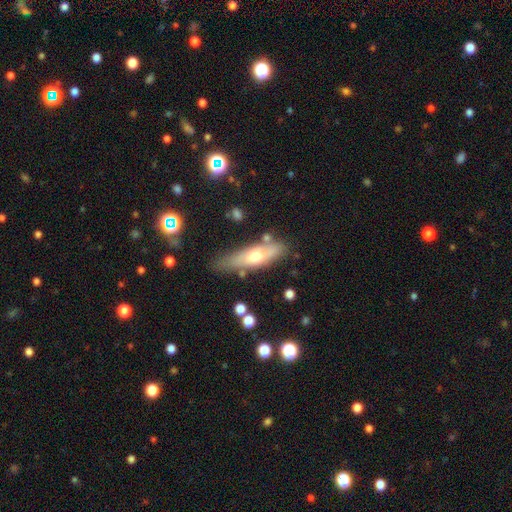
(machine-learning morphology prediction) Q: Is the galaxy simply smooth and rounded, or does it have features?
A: smooth — 51%.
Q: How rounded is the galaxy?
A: cigar-shaped — 56%.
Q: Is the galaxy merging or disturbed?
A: none — 70%.